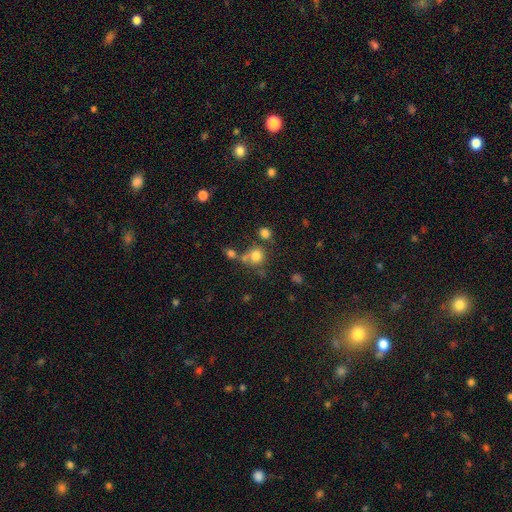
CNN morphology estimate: Overall: smooth (76%). How rounded: round (82%). Merging: none (53%; merger 26%).